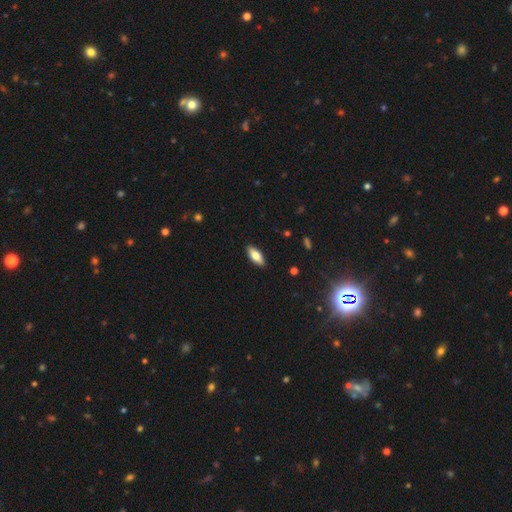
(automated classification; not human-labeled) This appears to be a smooth galaxy with no disk features (73%) that is in between round and cigar-shaped (78%). Merging: none (89%).